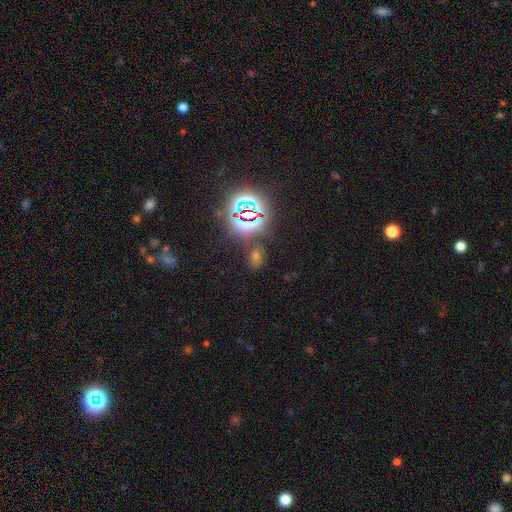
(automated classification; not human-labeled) Morphology: type=star or artifact (63%).